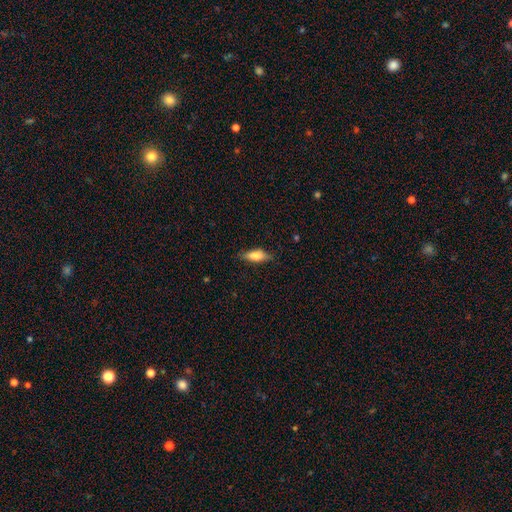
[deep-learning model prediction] The model was most divided on "how rounded": in between: 61%, cigar-shaped: 37%, round: 3%. More confident: merging — none (79%); smooth or featured — smooth (69%).